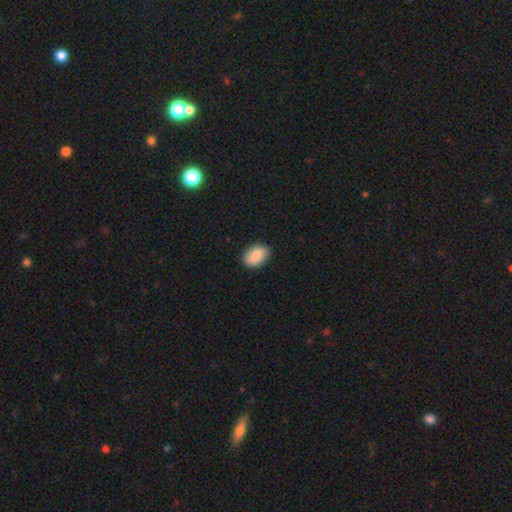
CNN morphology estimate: Smooth or featured?
  - smooth: 88% *
  - star or artifact: 7%
  - featured or disk: 6%
How rounded?
  - in between: 84% *
  - round: 14%
  - cigar-shaped: 1%
Merging?
  - none: 85% *
  - minor disturbance: 12%
  - major disturbance: 2%
  - merger: 1%